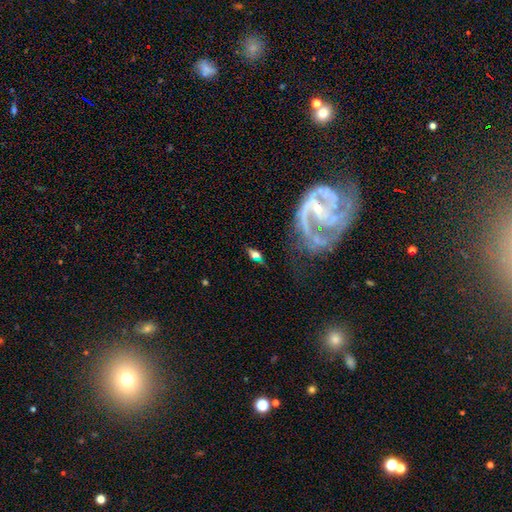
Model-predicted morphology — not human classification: smooth_or_featured: featured or disk (p=0.44) [alt: smooth p=0.43]
merging: none (p=0.58) [alt: minor disturbance p=0.18]